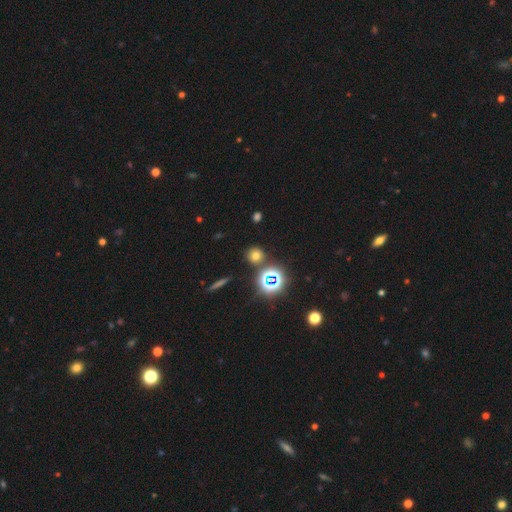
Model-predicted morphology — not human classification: A smooth galaxy with no disk features (66%) that is round (89%).

Vote fractions:
- Smooth or featured? smooth: 66% / star or artifact: 27% / featured or disk: 7%
- How rounded? round: 89% / in between: 10% / cigar-shaped: 2%
- Merging? none: 85% / minor disturbance: 7% / merger: 5% / major disturbance: 3%